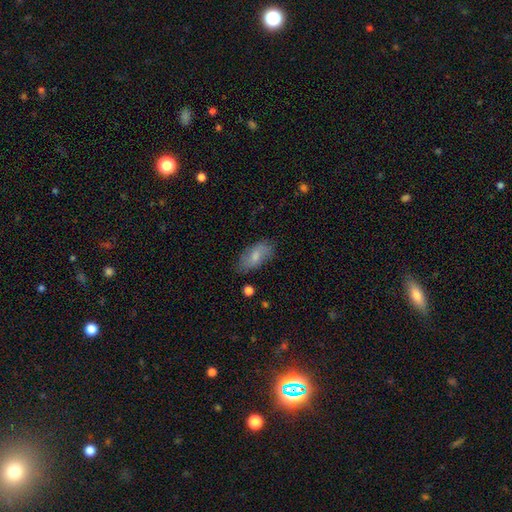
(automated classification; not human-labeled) Q: Smooth or featured?
A: smooth (72%); runner-up: featured or disk (22%)
Q: How rounded?
A: in between (91%); runner-up: cigar-shaped (5%)
Q: Merging?
A: none (74%); runner-up: minor disturbance (19%)